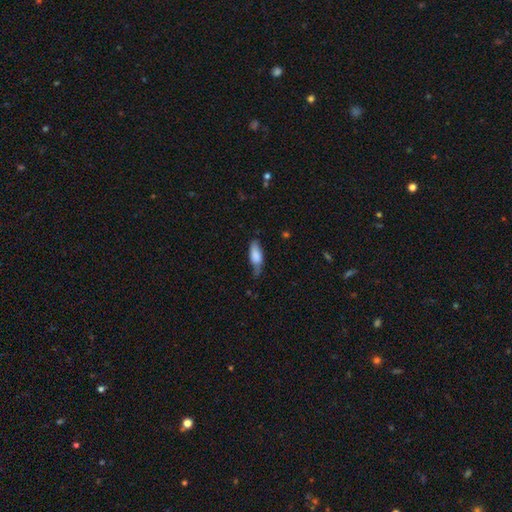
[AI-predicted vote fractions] This appears to be a smooth galaxy with no disk features (77%) that is in between round and cigar-shaped (73%). Merging: none (44%).